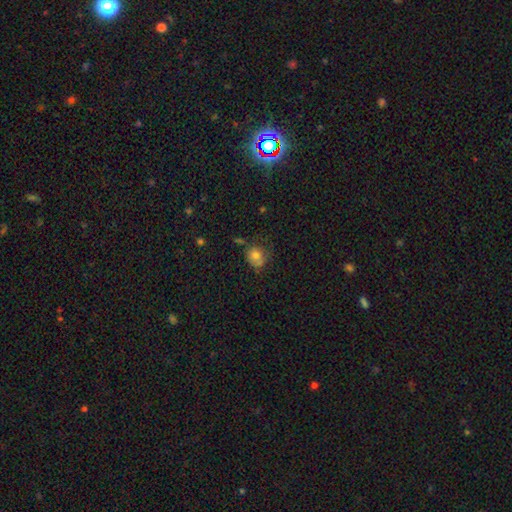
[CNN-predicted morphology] type=smooth (75%); roundness=round (74%); merging=none (49%).